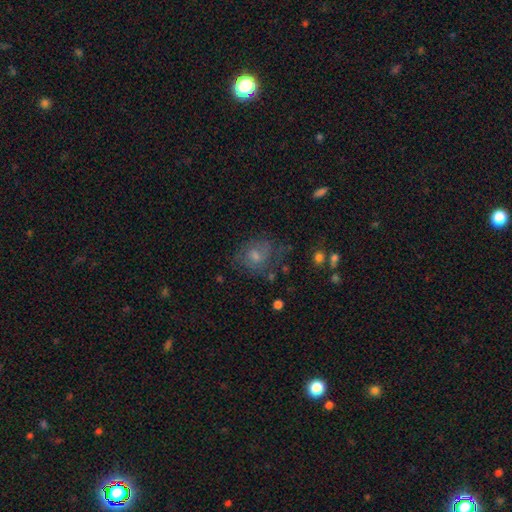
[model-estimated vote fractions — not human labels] The model was most divided on "smooth or featured": smooth: 42%, featured or disk: 38%, star or artifact: 19%. More confident: merging — none (64%).